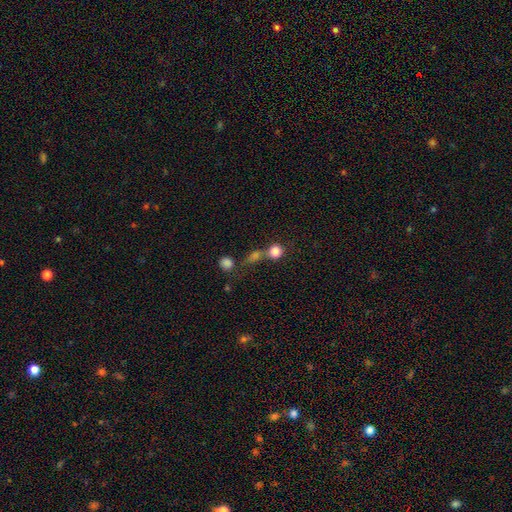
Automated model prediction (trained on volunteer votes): Smooth or featured? smooth (61%)
How rounded? round (81%)
Merging? none (49%)